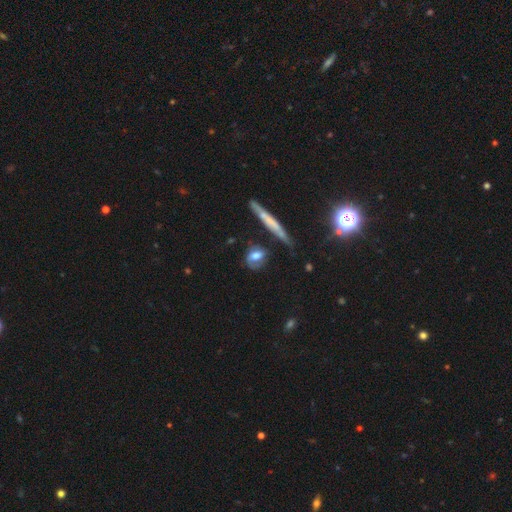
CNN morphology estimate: This is possibly a smooth galaxy (53%). How rounded: possibly in between (54%). Merging: possibly none (53%).